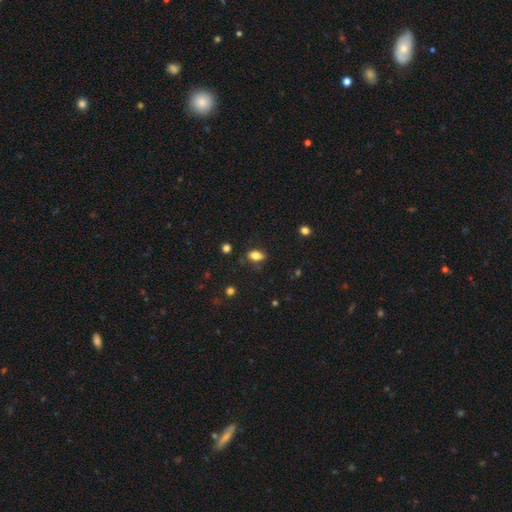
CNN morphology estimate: This is likely a smooth galaxy (80%). How rounded: clearly in between (85%). Merging: likely none (77%).